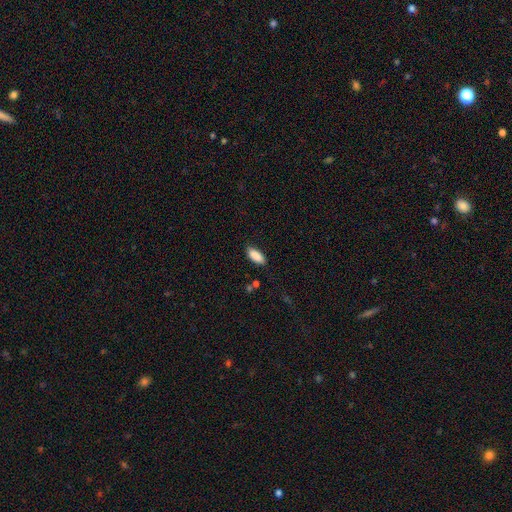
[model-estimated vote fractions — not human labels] The model was most divided on "merging": none: 83%, minor disturbance: 13%, major disturbance: 3%, merger: 2%. More confident: smooth or featured — smooth (90%); how rounded — in between (87%).